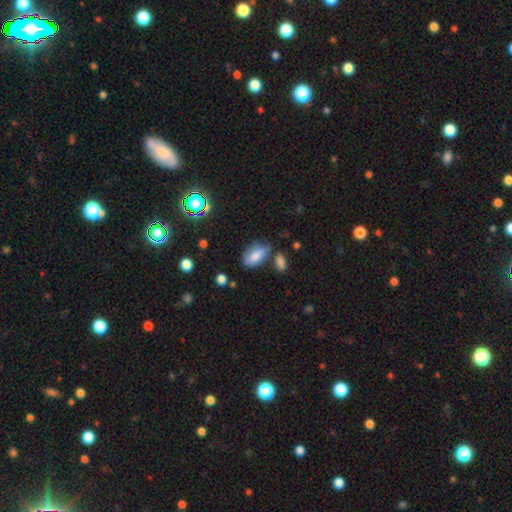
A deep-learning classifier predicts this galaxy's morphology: Smooth or featured: smooth — 76% (featured or disk — 15%)
How rounded: in between — 91% (round — 4%)
Merging: none — 55% (minor disturbance — 25%)